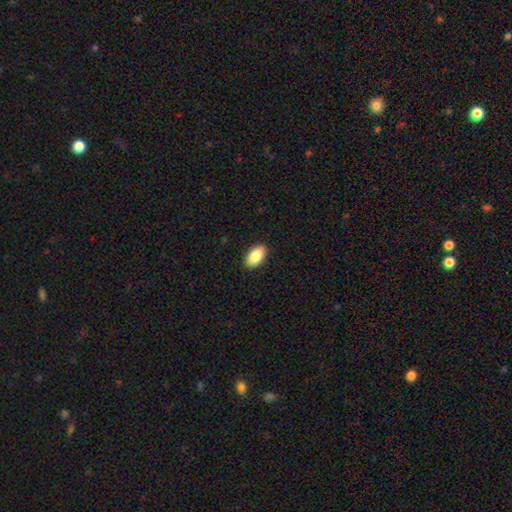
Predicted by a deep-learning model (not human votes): A smooth galaxy with no disk features (88%) that is in between round and cigar-shaped (95%). Merging: none (90%).